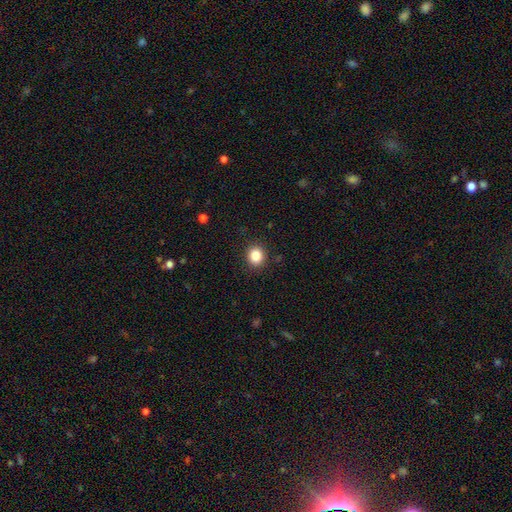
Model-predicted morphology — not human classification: The model was most divided on "how rounded": round: 78%, in between: 21%, cigar-shaped: 1%. More confident: merging — none (90%); smooth or featured — smooth (86%).